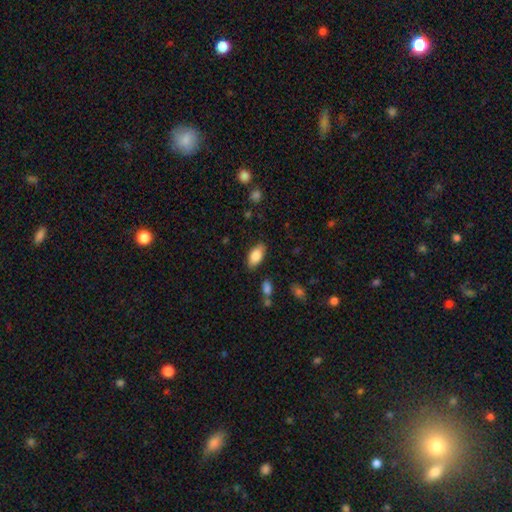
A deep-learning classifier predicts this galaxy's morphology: type=smooth (82%); roundness=in between (92%); merging=none (85%).